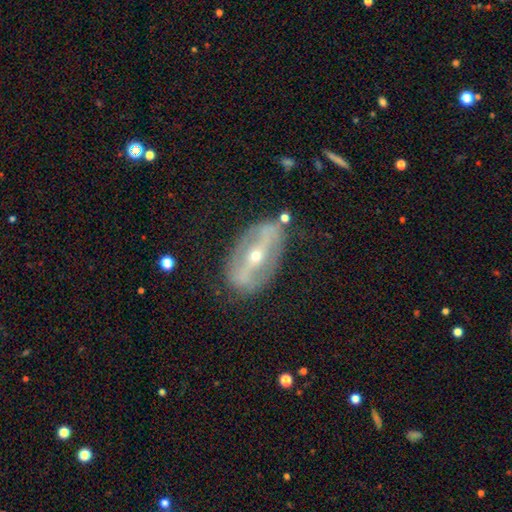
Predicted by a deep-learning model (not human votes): smooth_or_featured: featured or disk (p=0.80) [alt: smooth p=0.13]
disk_edge_on: no (p=0.84) [alt: yes p=0.16]
bar: strong (p=0.71) [alt: weak p=0.17]
has_spiral_arms: no (p=0.54) [alt: yes p=0.46]
bulge_size: small (p=0.56) [alt: moderate p=0.41]
merging: none (p=0.77) [alt: minor disturbance p=0.15]